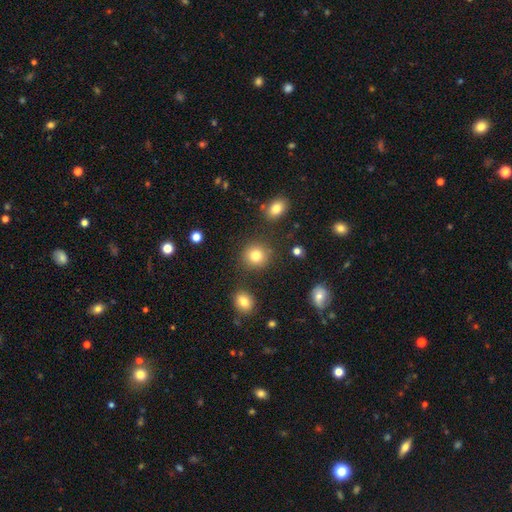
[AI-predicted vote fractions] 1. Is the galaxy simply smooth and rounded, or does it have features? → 82% smooth, 11% star or artifact, 7% featured or disk.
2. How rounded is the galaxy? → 89% round, 10% in between, 1% cigar-shaped.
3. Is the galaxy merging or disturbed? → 85% none, 8% minor disturbance, 4% merger, 3% major disturbance.